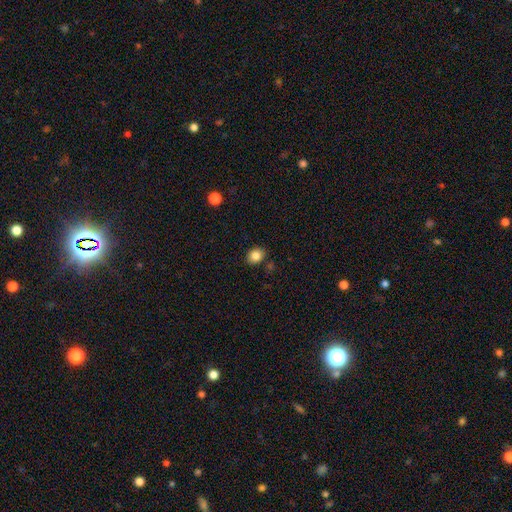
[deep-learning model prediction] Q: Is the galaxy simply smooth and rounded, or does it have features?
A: smooth — 84%.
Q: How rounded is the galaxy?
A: in between — 51%.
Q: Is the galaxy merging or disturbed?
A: none — 83%.